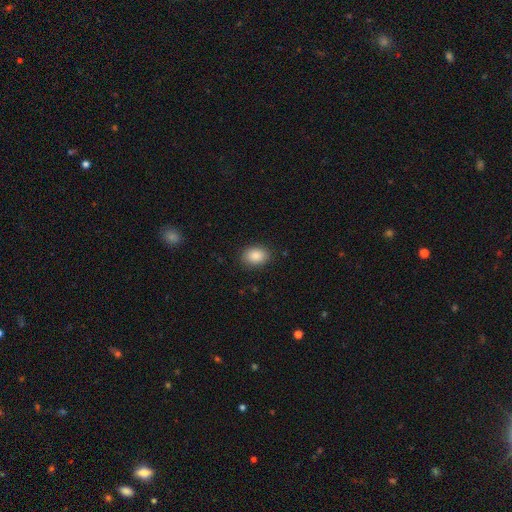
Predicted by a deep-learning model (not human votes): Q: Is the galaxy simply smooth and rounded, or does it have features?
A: smooth — 88%.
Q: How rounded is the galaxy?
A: in between — 72%.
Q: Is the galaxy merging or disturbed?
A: none — 87%.